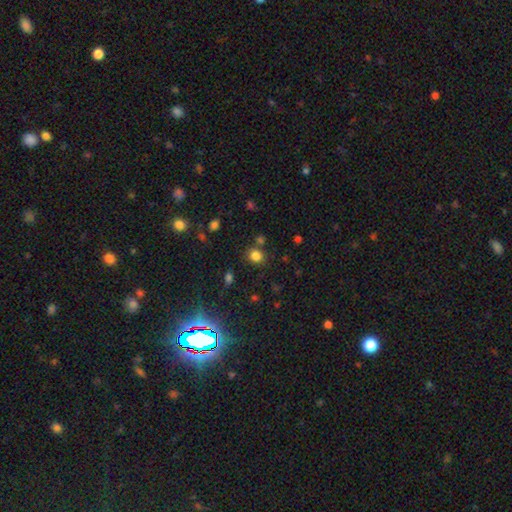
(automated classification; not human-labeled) A smooth galaxy with no disk features (78%) that is round (77%).

Vote fractions:
- Smooth or featured? smooth: 78% / star or artifact: 16% / featured or disk: 5%
- How rounded? round: 77% / in between: 22% / cigar-shaped: 1%
- Merging? none: 77% / minor disturbance: 10% / merger: 9% / major disturbance: 4%